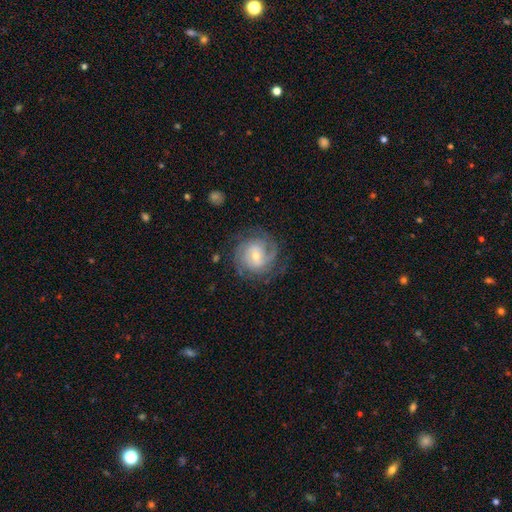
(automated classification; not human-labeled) This appears to be a featured or disk galaxy (82%) with no bar (48%), tight (60%) spiral arms (95%) and a small central bulge (52%). Merging: none (74%).